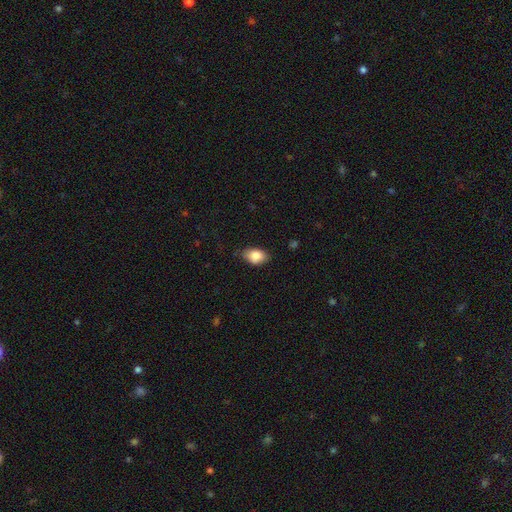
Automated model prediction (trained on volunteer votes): A smooth galaxy with no disk features (84%) that is in between round and cigar-shaped (87%).

Vote fractions:
- Smooth or featured? smooth: 84% / featured or disk: 8% / star or artifact: 7%
- How rounded? in between: 87% / round: 12% / cigar-shaped: 1%
- Merging? none: 77% / minor disturbance: 19% / major disturbance: 3% / merger: 1%